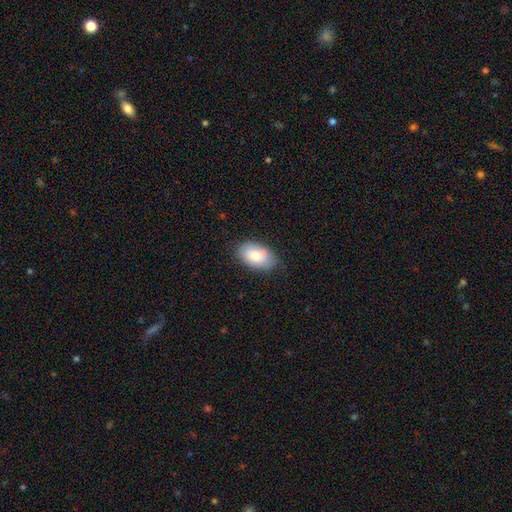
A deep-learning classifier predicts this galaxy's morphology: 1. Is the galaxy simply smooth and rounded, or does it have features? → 79% smooth, 14% featured or disk, 6% star or artifact.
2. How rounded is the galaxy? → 93% in between, 6% round, 1% cigar-shaped.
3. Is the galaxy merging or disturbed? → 76% none, 19% minor disturbance, 3% major disturbance, 1% merger.